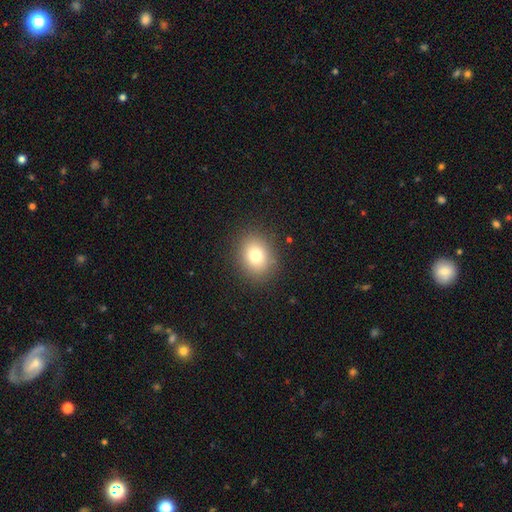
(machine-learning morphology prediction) Smooth or featured? smooth (78%)
How rounded? round (54%)
Merging? none (87%)